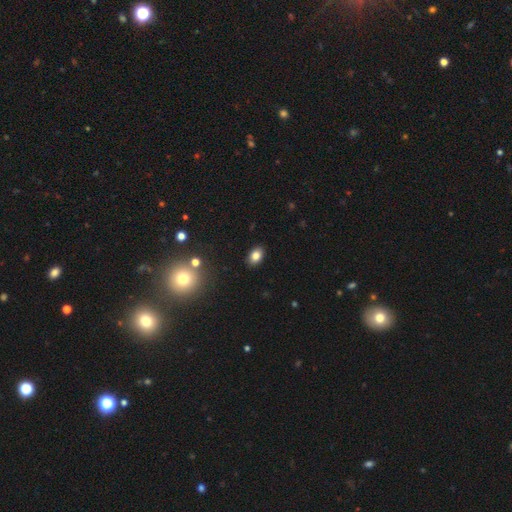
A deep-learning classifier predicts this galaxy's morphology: Smooth or featured? smooth (82%)
How rounded? in between (82%)
Merging? none (89%)